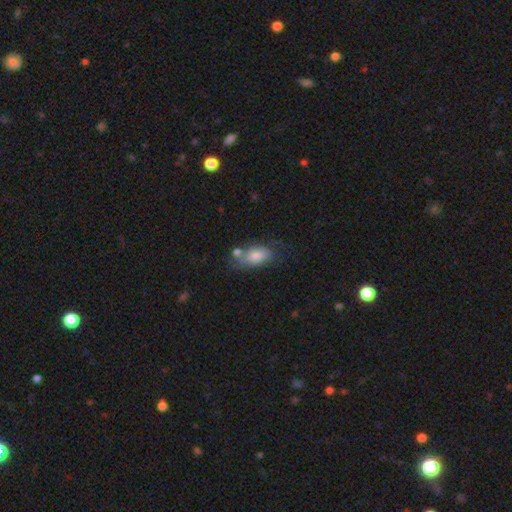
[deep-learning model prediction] smooth-or-featured: smooth: 73% | featured or disk: 18% | star or artifact: 8%
  how-rounded: in between: 87% | cigar-shaped: 7% | round: 5%
  merging: none: 53% | minor disturbance: 25% | major disturbance: 11% | merger: 11%